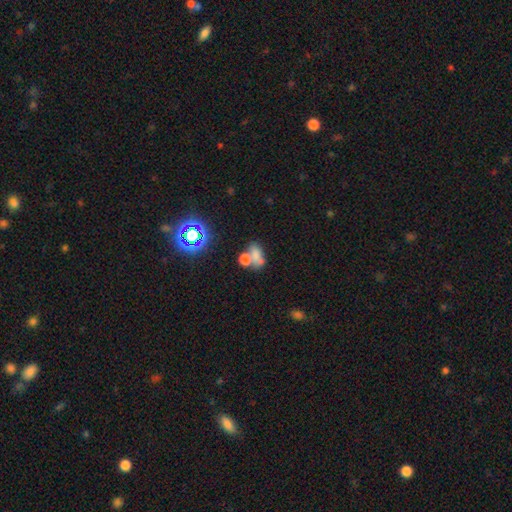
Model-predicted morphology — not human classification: Smooth or featured: smooth — 62% (star or artifact — 20%)
How rounded: in between — 74% (round — 22%)
Merging: merger — 48% (none — 30%)